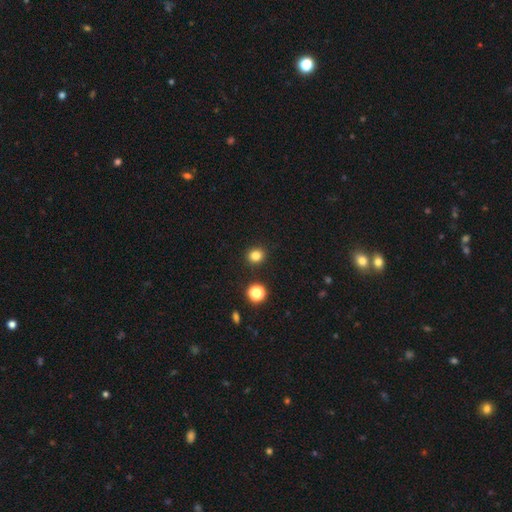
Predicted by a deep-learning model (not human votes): smooth 82%, star or artifact 14%, featured or disk 4%. Down the decision tree: how rounded — round (77%); merging — none (90%).